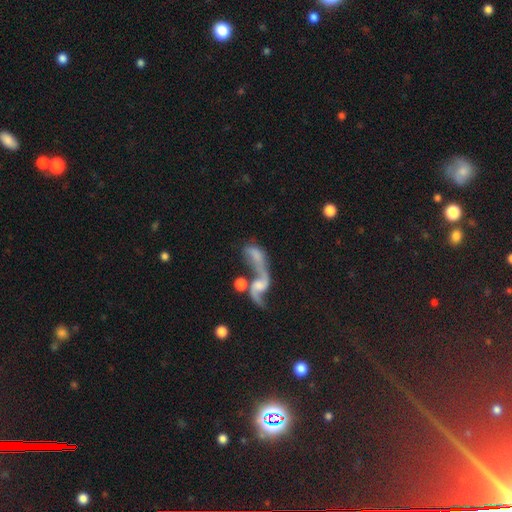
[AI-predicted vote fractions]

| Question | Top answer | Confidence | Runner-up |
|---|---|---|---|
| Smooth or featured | featured or disk | 61% | smooth (30%) |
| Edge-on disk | no | 93% | yes (7%) |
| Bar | no | 58% | weak (32%) |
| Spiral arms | yes | 73% | no (27%) |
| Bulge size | none | 43% | small (26%) |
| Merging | merger | 56% | major disturbance (17%) |